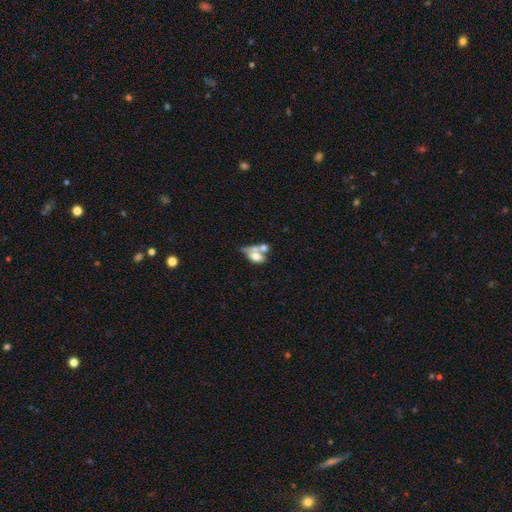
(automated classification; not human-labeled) Morphology: type=smooth (60%); roundness=in between (79%); merging=merger (60%).